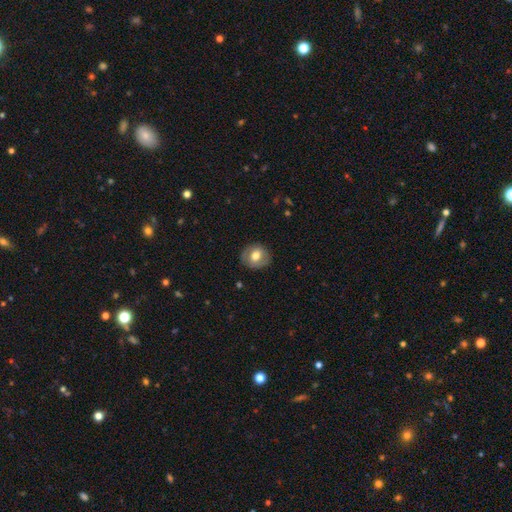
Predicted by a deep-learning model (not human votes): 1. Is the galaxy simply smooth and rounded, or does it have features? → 64% smooth, 29% featured or disk, 7% star or artifact.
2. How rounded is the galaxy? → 73% round, 26% in between, 1% cigar-shaped.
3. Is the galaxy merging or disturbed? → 83% none, 12% minor disturbance, 3% major disturbance, 1% merger.